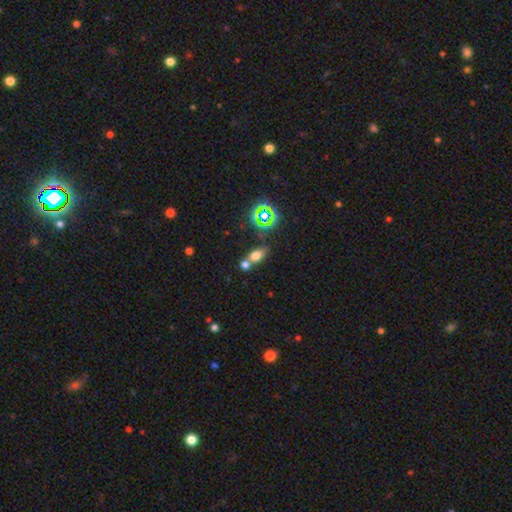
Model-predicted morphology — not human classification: type=smooth (67%); roundness=in between (69%); merging=none (46%).